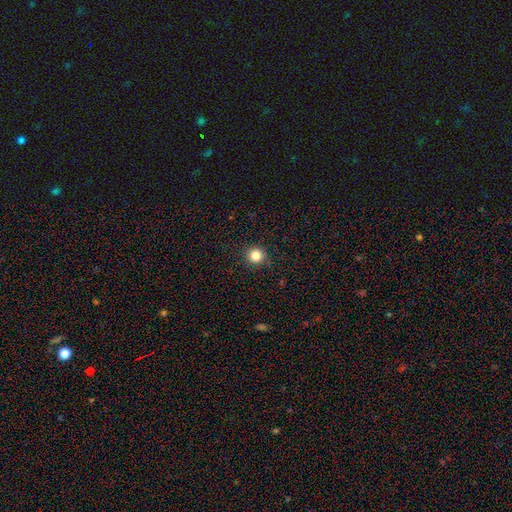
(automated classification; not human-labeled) Q: Smooth or featured?
A: smooth (84%); runner-up: star or artifact (12%)
Q: How rounded?
A: round (93%); runner-up: in between (6%)
Q: Merging?
A: none (90%); runner-up: minor disturbance (7%)